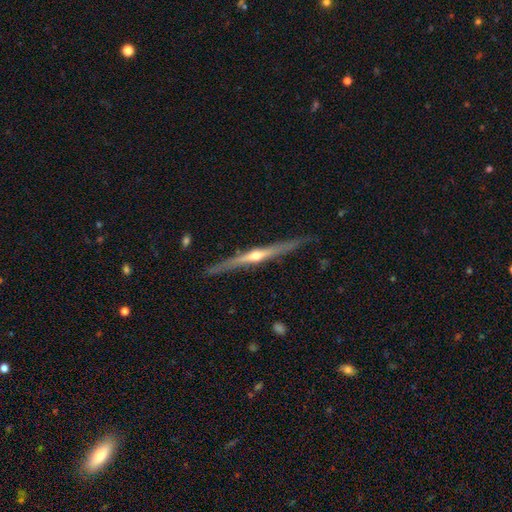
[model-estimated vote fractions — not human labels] This is likely a featured or disk galaxy (79%). It is clearly viewed edge-on (97%). Edge-on bulge: clearly rounded (86%). Merging: clearly none (82%).